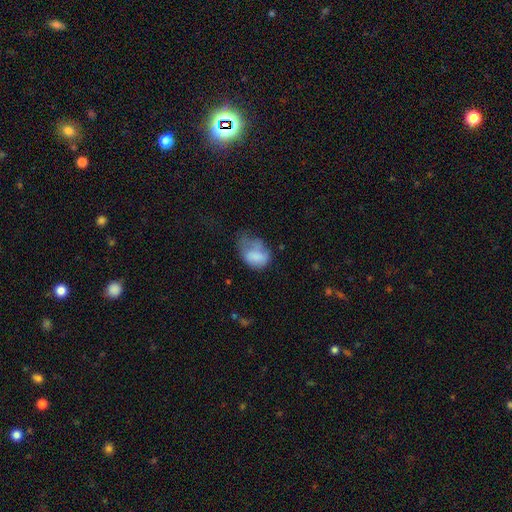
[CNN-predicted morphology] A smooth galaxy with no disk features (73%) that is in between round and cigar-shaped (77%). Merging: major disturbance (44%).